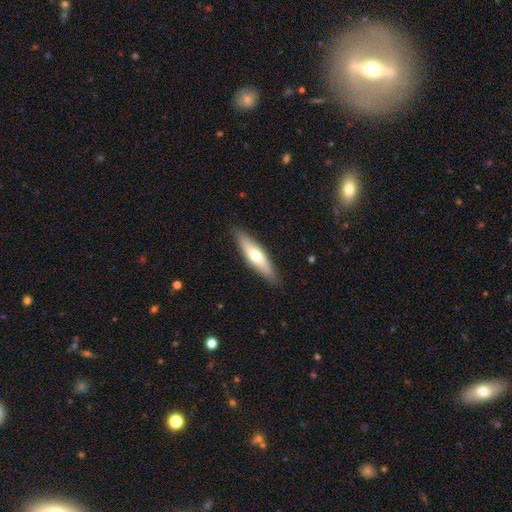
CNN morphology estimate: This appears to be a smooth galaxy with no disk features (56%) that is cigar-shaped (74%). Merging: none (88%).